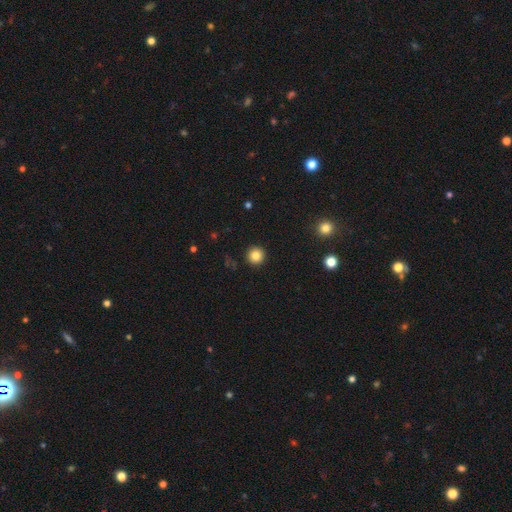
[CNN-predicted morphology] The model was most divided on "smooth or featured": smooth: 83%, star or artifact: 11%, featured or disk: 6%. More confident: how rounded — round (96%); merging — none (93%).